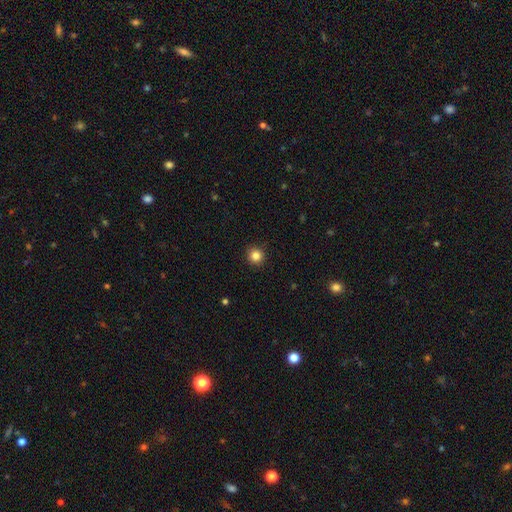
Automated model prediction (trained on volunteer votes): Smooth or featured: smooth — 84% (star or artifact — 12%)
How rounded: round — 95% (in between — 4%)
Merging: none — 92% (minor disturbance — 5%)